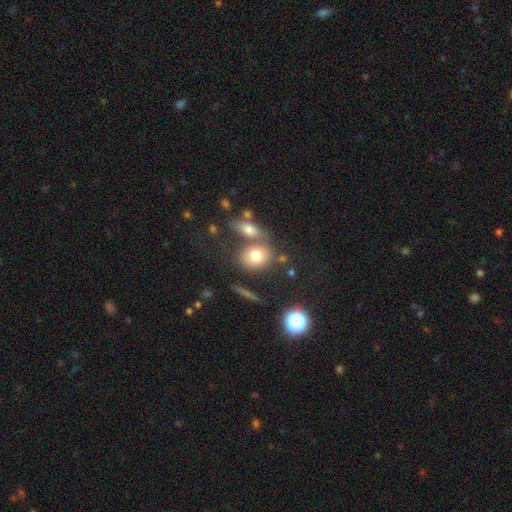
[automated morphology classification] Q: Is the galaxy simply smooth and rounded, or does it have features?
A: smooth — 74%.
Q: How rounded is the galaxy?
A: round — 50%.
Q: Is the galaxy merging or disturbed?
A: none — 55%.